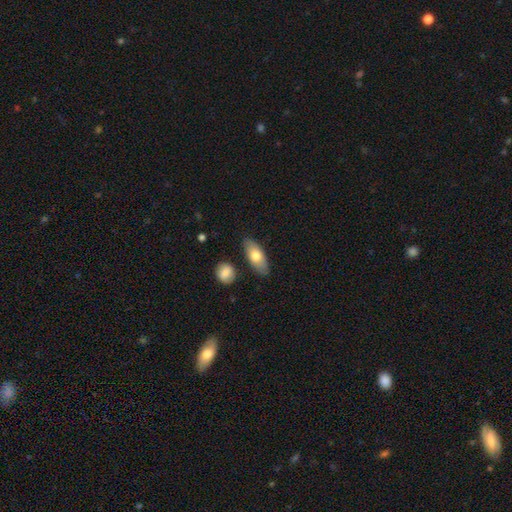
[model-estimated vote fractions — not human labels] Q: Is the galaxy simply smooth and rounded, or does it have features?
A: smooth — 71%.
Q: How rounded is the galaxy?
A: in between — 82%.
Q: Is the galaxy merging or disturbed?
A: none — 83%.